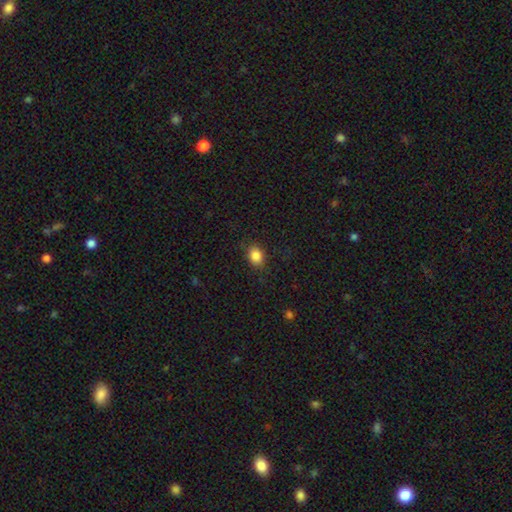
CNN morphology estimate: The model was most divided on "how rounded": in between: 54%, round: 44%, cigar-shaped: 1%. More confident: smooth or featured — smooth (86%); merging — none (84%).